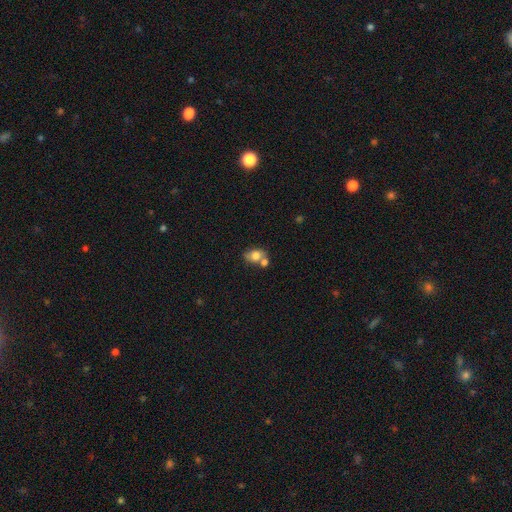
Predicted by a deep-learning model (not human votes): The model was most divided on "merging": merger: 43%, none: 39%, minor disturbance: 13%, major disturbance: 5%. More confident: smooth or featured — smooth (71%); how rounded — in between (61%).